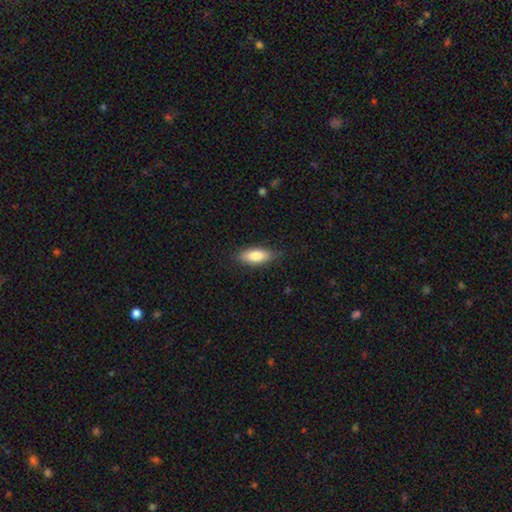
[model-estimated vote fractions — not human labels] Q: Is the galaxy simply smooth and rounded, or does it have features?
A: smooth — 82%.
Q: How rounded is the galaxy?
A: in between — 76%.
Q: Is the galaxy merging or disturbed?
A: none — 83%.